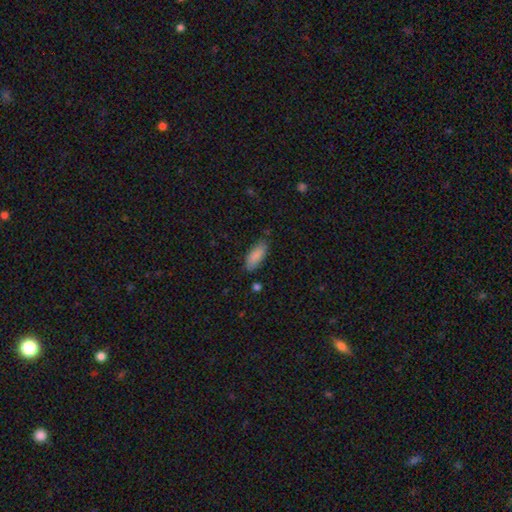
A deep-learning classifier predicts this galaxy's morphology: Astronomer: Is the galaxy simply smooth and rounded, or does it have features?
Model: smooth — 88%.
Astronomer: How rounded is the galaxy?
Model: in between — 80%.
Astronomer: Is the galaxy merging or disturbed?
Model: none — 77%.